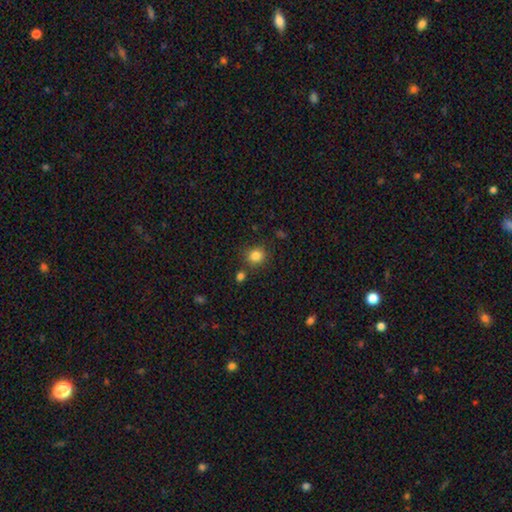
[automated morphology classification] smooth_or_featured: smooth (p=0.84) [alt: star or artifact p=0.11]
how_rounded: round (p=0.80) [alt: in between p=0.20]
merging: none (p=0.79) [alt: minor disturbance p=0.10]